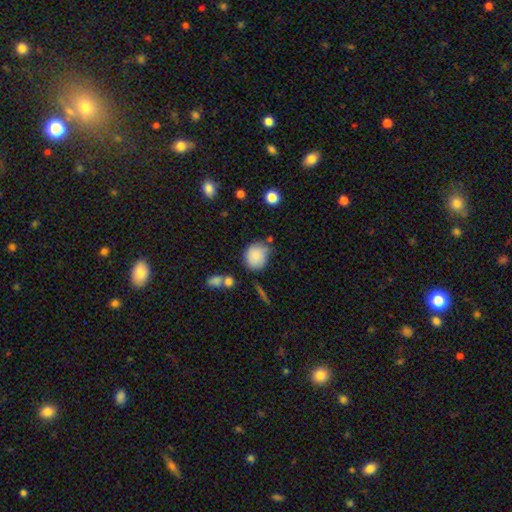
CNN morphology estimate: Smooth or featured?
  - smooth: 81% *
  - featured or disk: 10%
  - star or artifact: 9%
How rounded?
  - round: 70% *
  - in between: 29%
  - cigar-shaped: 1%
Merging?
  - none: 63% *
  - minor disturbance: 25%
  - merger: 7%
  - major disturbance: 6%